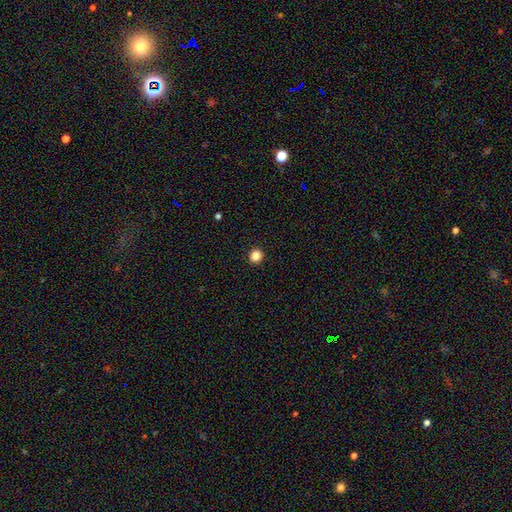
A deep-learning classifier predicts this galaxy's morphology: smooth_or_featured: smooth (p=0.84) [alt: star or artifact p=0.13]
how_rounded: round (p=0.91) [alt: in between p=0.08]
merging: none (p=0.93) [alt: minor disturbance p=0.04]